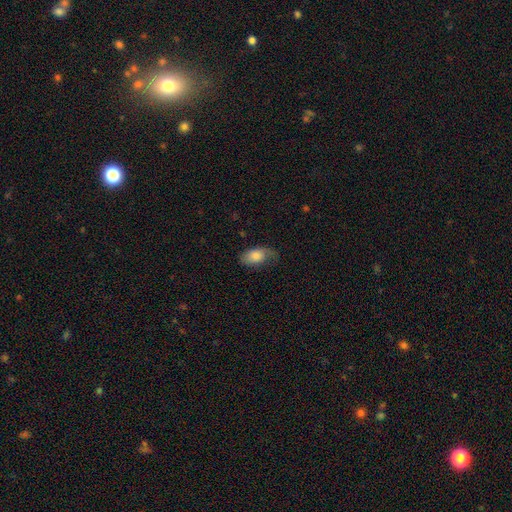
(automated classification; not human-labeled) smooth_or_featured: smooth (p=0.71) [alt: featured or disk p=0.22]
how_rounded: in between (p=0.91) [alt: round p=0.06]
merging: none (p=0.49) [alt: minor disturbance p=0.32]